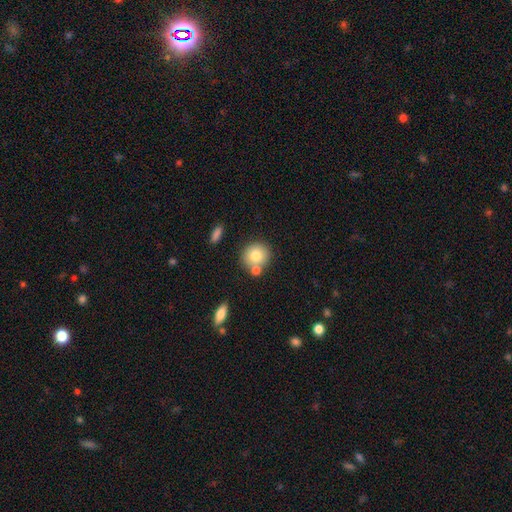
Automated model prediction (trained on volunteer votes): A smooth galaxy with no disk features (76%) that is round (85%). Merging: none (65%).